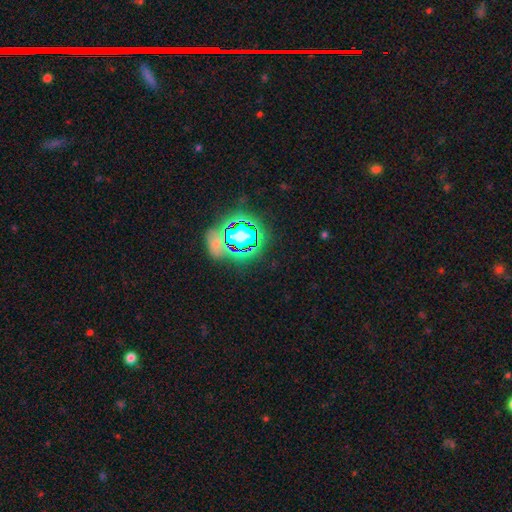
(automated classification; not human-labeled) This is clearly a star or artifact rather than a galaxy (83%).